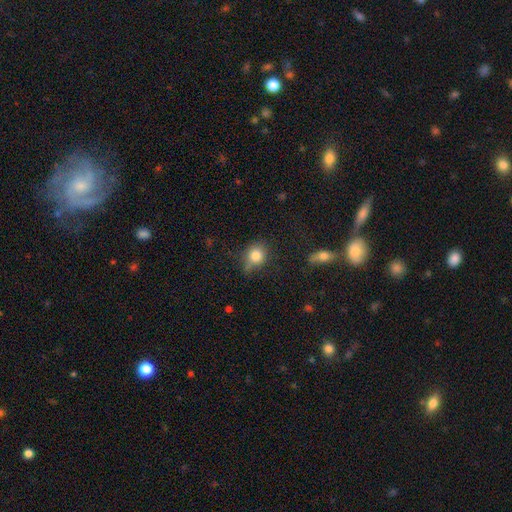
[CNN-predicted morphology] Smooth or featured: smooth — 81% (star or artifact — 10%)
How rounded: round — 74% (in between — 24%)
Merging: none — 56% (minor disturbance — 30%)